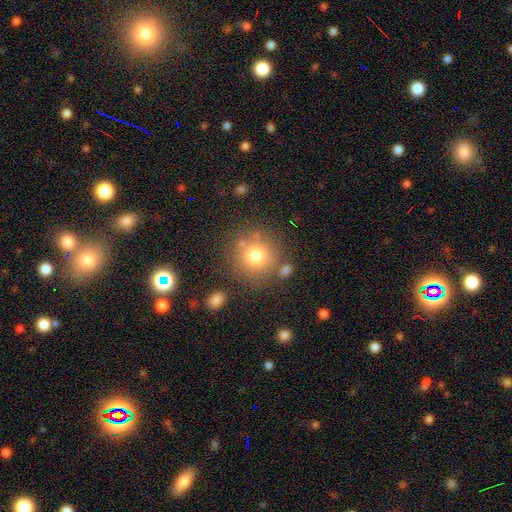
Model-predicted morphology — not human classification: This appears to be a smooth galaxy with no disk features (76%) that is round (92%). Merging: none (75%).